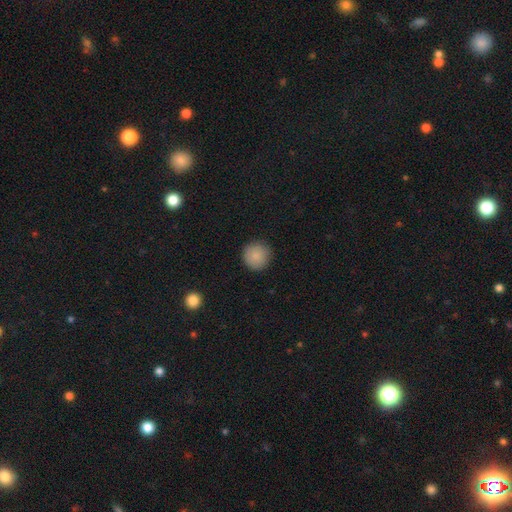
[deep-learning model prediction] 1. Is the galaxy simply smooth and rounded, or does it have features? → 86% smooth, 8% star or artifact, 6% featured or disk.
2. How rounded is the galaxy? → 94% round, 5% in between, 1% cigar-shaped.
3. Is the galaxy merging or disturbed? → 89% none, 8% minor disturbance, 2% major disturbance, 1% merger.